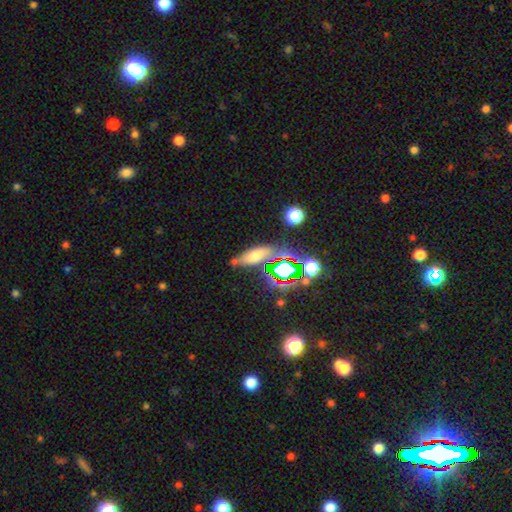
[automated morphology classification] smooth 56%, star or artifact 26%, featured or disk 17%. Down the decision tree: how rounded — in between (61%); merging — none (67%).